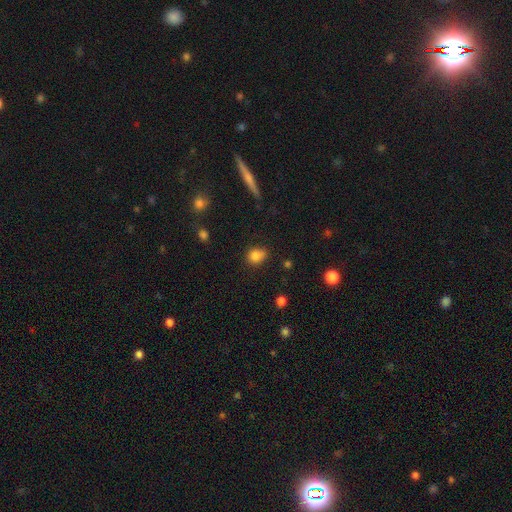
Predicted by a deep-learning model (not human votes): Smooth or featured: smooth — 83% (star or artifact — 11%)
How rounded: round — 55% (in between — 43%)
Merging: none — 74% (minor disturbance — 19%)